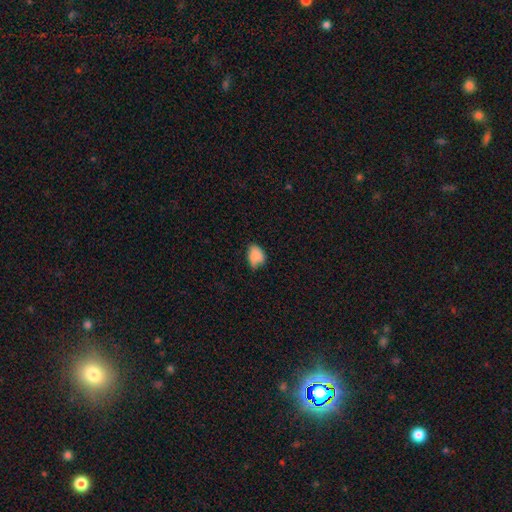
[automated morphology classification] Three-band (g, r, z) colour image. It shows a smooth galaxy with no disk features (78%) that is in between round and cigar-shaped (81%). Merging: none (46%).